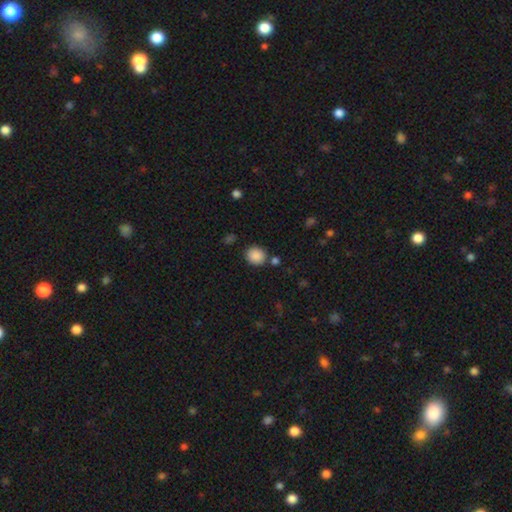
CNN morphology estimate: smooth_or_featured: smooth (p=0.88) [alt: star or artifact p=0.08]
how_rounded: round (p=0.80) [alt: in between p=0.19]
merging: none (p=0.81) [alt: minor disturbance p=0.09]